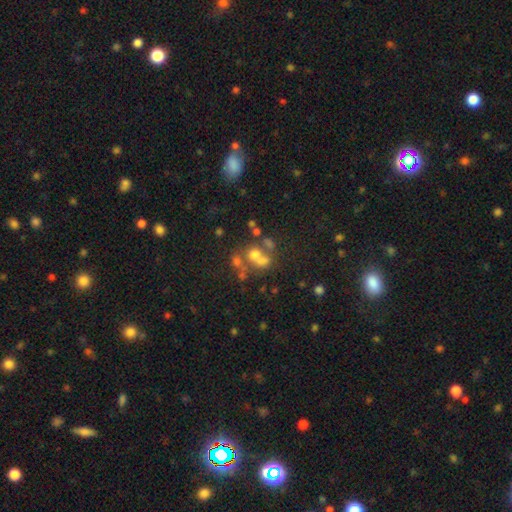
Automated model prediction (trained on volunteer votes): Smooth or featured? Predicted: smooth (p=0.48). Merging? Predicted: merger (p=0.46).